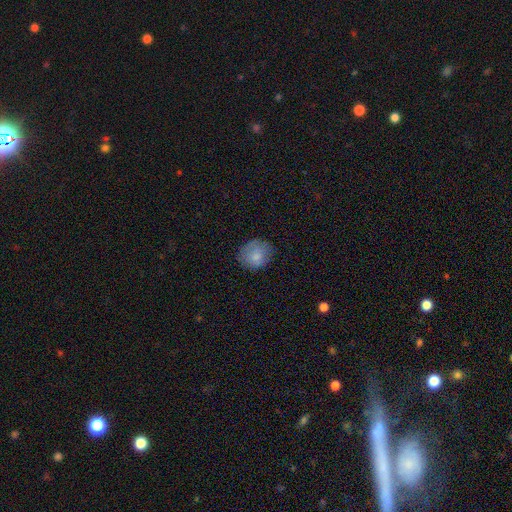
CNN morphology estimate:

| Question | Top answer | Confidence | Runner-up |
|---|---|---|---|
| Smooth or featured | smooth | 79% | featured or disk (13%) |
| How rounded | round | 68% | in between (31%) |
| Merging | none | 71% | minor disturbance (21%) |